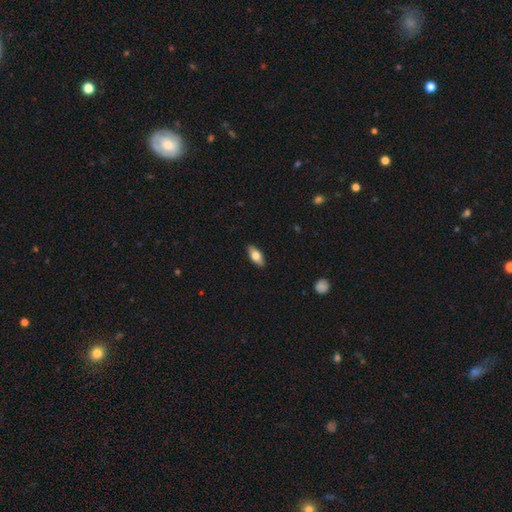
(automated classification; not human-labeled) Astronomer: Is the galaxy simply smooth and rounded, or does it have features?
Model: smooth — 74%.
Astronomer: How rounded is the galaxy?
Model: in between — 85%.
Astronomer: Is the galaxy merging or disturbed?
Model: none — 88%.